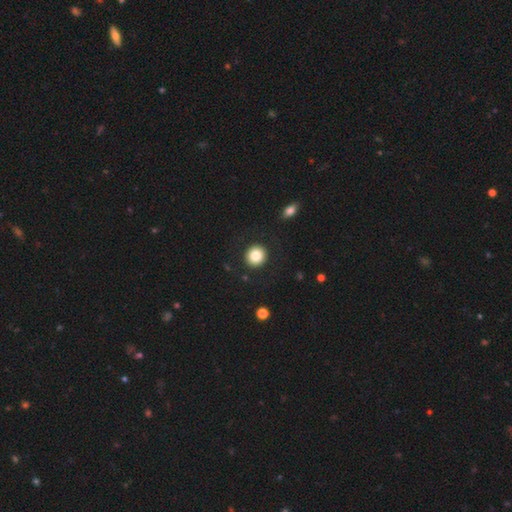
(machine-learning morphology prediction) smooth_or_featured: smooth (p=0.84) [alt: star or artifact p=0.09]
how_rounded: round (p=0.92) [alt: in between p=0.07]
merging: none (p=0.91) [alt: minor disturbance p=0.06]